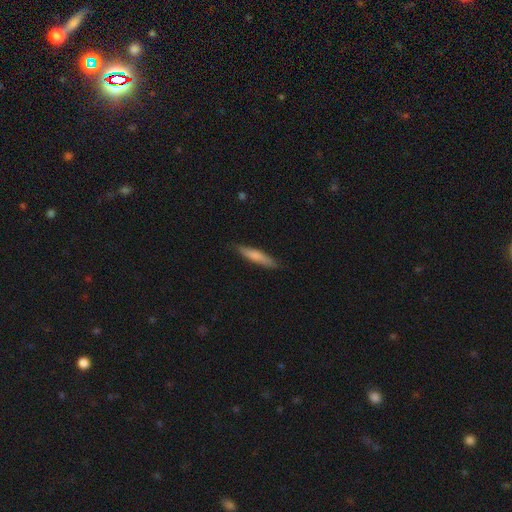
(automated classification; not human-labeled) Smooth or featured? smooth (73%)
How rounded? cigar-shaped (88%)
Merging? none (85%)